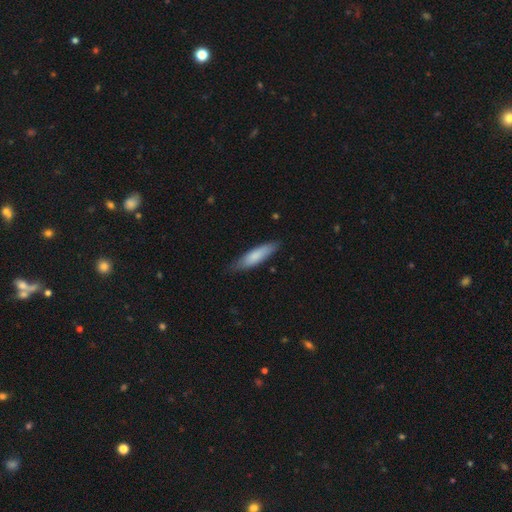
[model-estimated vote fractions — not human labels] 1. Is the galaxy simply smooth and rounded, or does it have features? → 80% smooth, 14% featured or disk, 5% star or artifact.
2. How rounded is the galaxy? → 68% cigar-shaped, 31% in between, 1% round.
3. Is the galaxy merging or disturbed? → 80% none, 17% minor disturbance, 2% major disturbance, 1% merger.